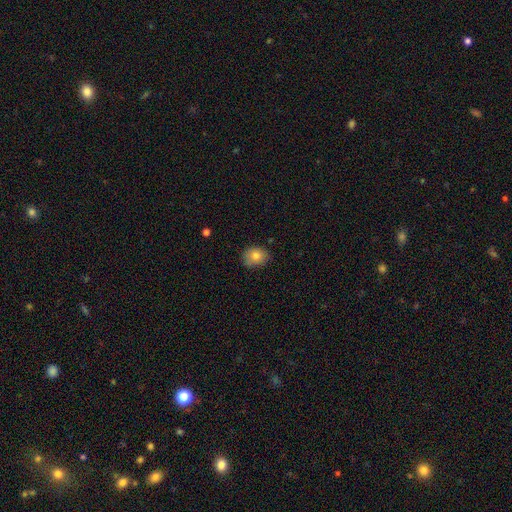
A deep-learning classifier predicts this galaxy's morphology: Smooth or featured?
  - smooth: 80% *
  - featured or disk: 10%
  - star or artifact: 10%
How rounded?
  - round: 52% *
  - in between: 47%
  - cigar-shaped: 1%
Merging?
  - none: 78% *
  - minor disturbance: 18%
  - major disturbance: 3%
  - merger: 1%